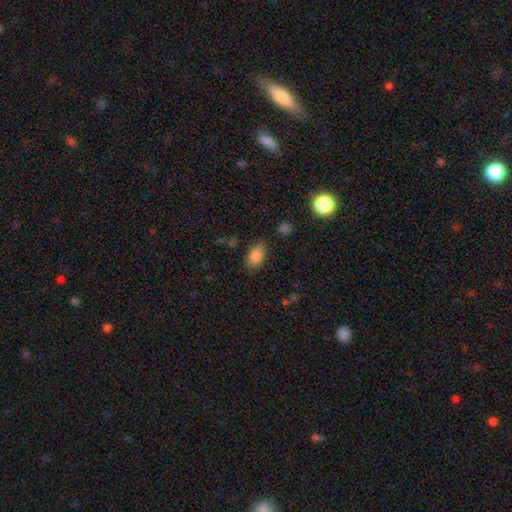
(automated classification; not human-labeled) smooth-or-featured: smooth: 84% | star or artifact: 9% | featured or disk: 7%
  how-rounded: in between: 89% | round: 9% | cigar-shaped: 2%
  merging: none: 79% | minor disturbance: 15% | major disturbance: 4% | merger: 2%